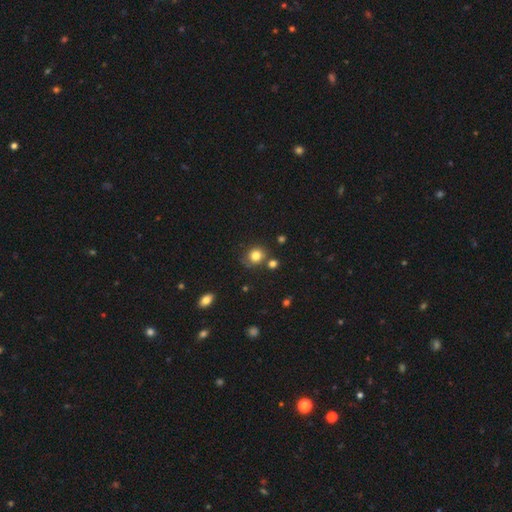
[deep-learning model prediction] Smooth or featured? Predicted: smooth (p=0.81). How rounded? Predicted: round (p=0.78). Merging? Predicted: none (p=0.72).